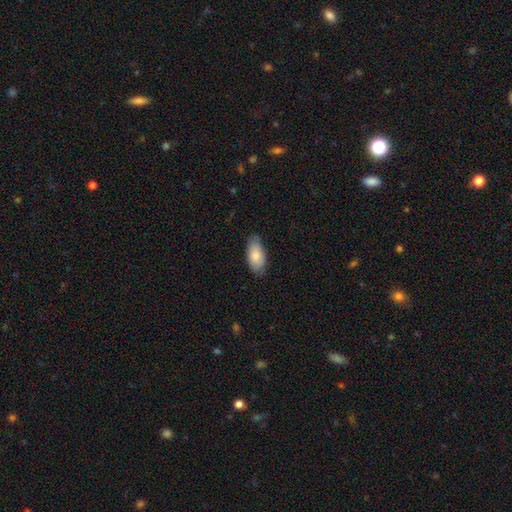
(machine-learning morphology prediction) A smooth galaxy with no disk features (85%) that is in between round and cigar-shaped (92%).

Vote fractions:
- Smooth or featured? smooth: 85% / featured or disk: 9% / star or artifact: 6%
- How rounded? in between: 92% / cigar-shaped: 6% / round: 2%
- Merging? none: 77% / minor disturbance: 19% / major disturbance: 3% / merger: 1%